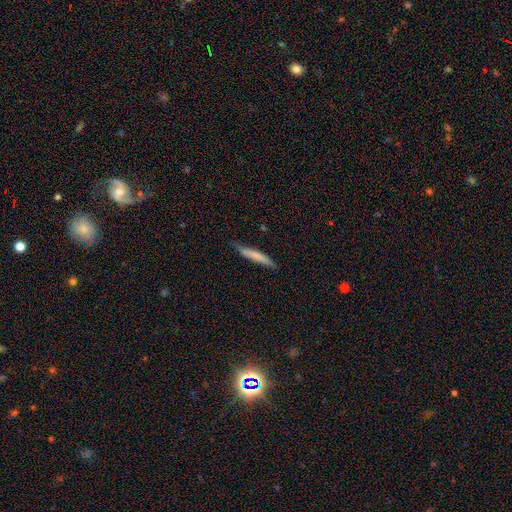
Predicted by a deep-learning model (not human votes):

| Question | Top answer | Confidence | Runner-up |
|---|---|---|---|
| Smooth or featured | smooth | 69% | featured or disk (25%) |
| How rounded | cigar-shaped | 93% | in between (6%) |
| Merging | none | 78% | minor disturbance (18%) |